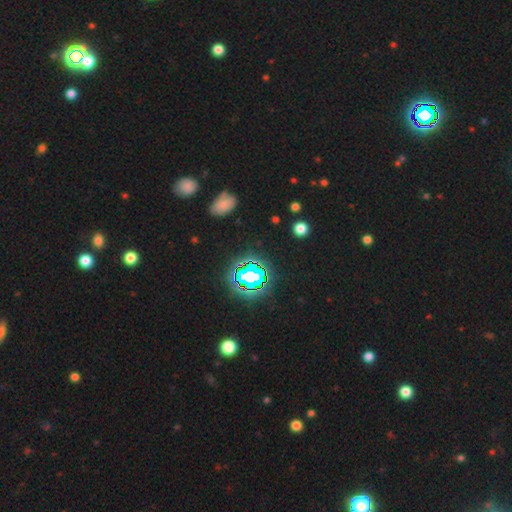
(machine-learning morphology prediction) Overall: star or artifact (79%).